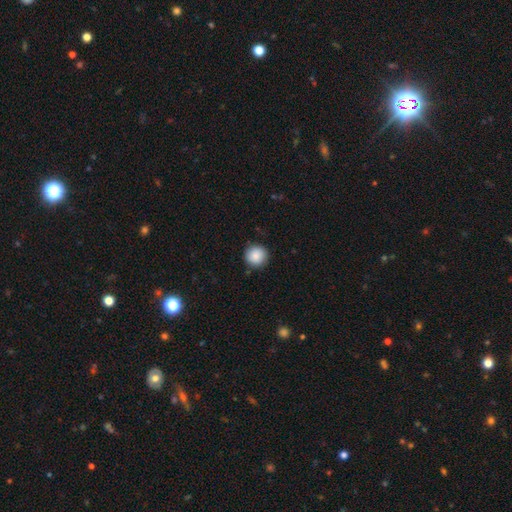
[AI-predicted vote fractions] This appears to be a smooth galaxy with no disk features (88%) that is round (95%). Merging: none (90%).